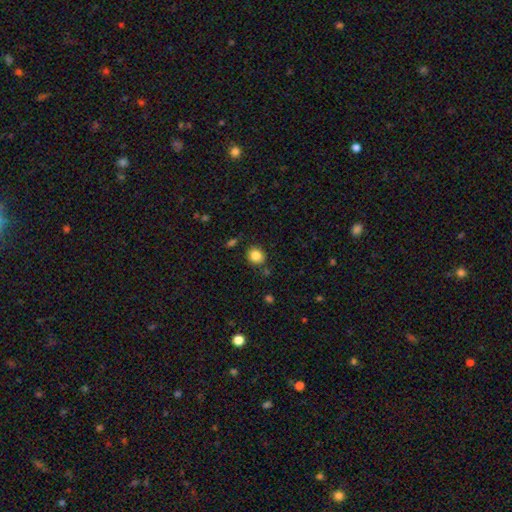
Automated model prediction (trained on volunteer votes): This appears to be a smooth galaxy with no disk features (84%) that is round (79%). Merging: none (83%).